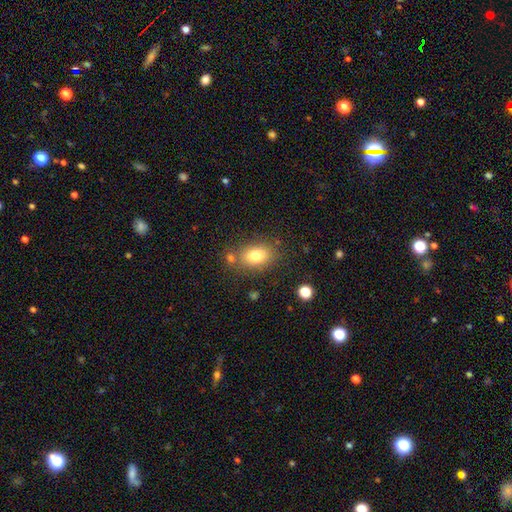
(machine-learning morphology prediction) smooth 79%, featured or disk 12%, star or artifact 10%. Down the decision tree: how rounded — in between (78%); merging — none (74%).